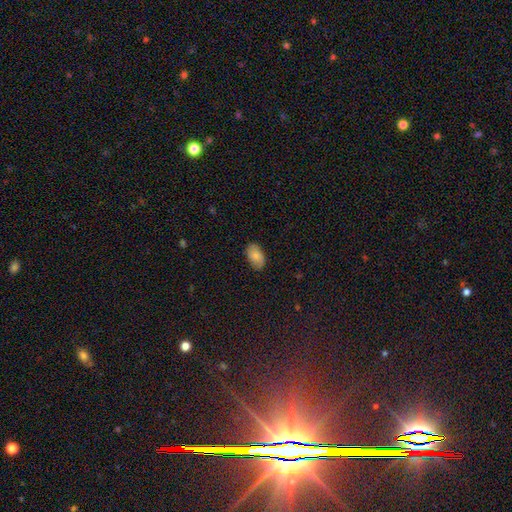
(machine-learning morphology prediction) Smooth or featured?
  - smooth: 84% *
  - featured or disk: 9%
  - star or artifact: 7%
How rounded?
  - in between: 93% *
  - round: 5%
  - cigar-shaped: 1%
Merging?
  - none: 82% *
  - minor disturbance: 14%
  - major disturbance: 3%
  - merger: 1%